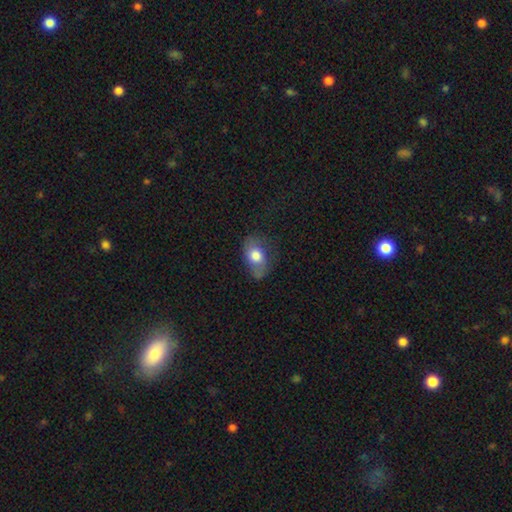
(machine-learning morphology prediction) A smooth galaxy with no disk features (69%) that is in between round and cigar-shaped (84%).

Vote fractions:
- Smooth or featured? smooth: 69% / featured or disk: 23% / star or artifact: 8%
- How rounded? in between: 84% / round: 14% / cigar-shaped: 2%
- Merging? none: 57% / minor disturbance: 28% / major disturbance: 13% / merger: 2%